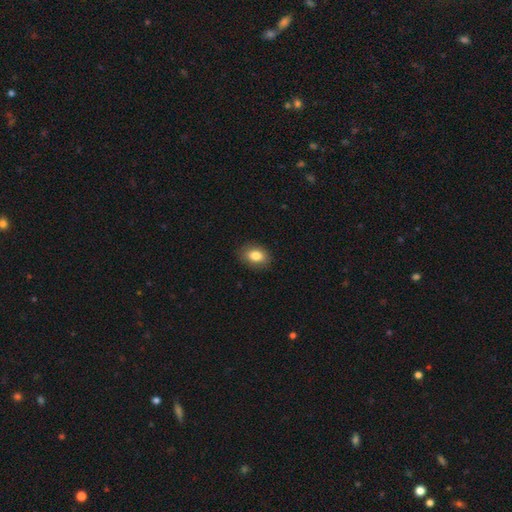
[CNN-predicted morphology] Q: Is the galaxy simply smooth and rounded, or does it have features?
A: smooth — 83%.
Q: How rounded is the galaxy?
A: in between — 76%.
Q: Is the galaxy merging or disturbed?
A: none — 87%.